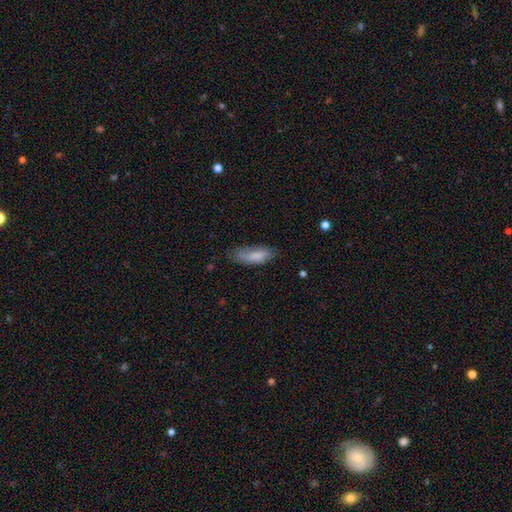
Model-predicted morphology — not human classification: A smooth galaxy with no disk features (79%) that is in between round and cigar-shaped (69%).

Vote fractions:
- Smooth or featured? smooth: 79% / featured or disk: 15% / star or artifact: 7%
- How rounded? in between: 69% / cigar-shaped: 29% / round: 2%
- Merging? none: 63% / minor disturbance: 27% / major disturbance: 8% / merger: 2%